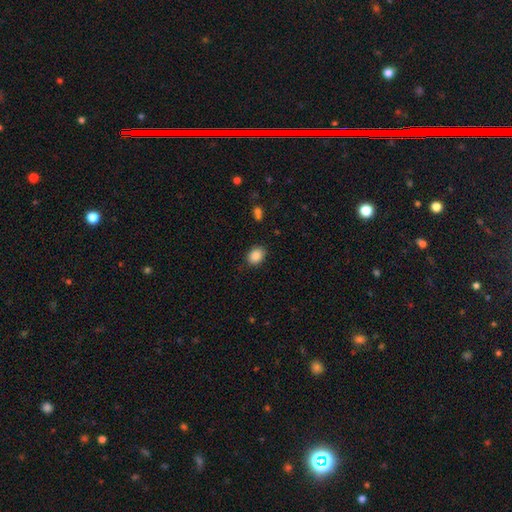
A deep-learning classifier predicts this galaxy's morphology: Q: Smooth or featured?
A: smooth (88%); runner-up: star or artifact (9%)
Q: How rounded?
A: in between (52%); runner-up: round (48%)
Q: Merging?
A: none (86%); runner-up: minor disturbance (10%)